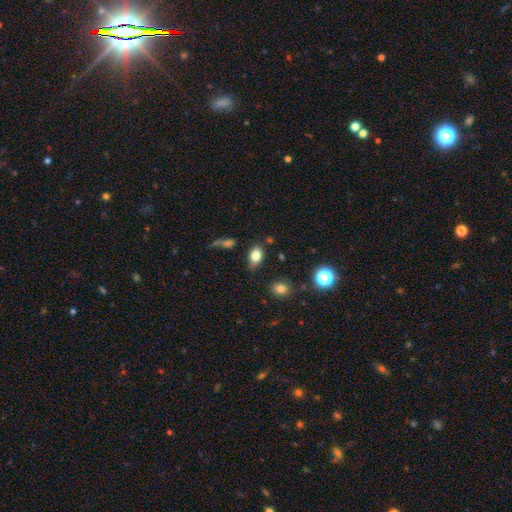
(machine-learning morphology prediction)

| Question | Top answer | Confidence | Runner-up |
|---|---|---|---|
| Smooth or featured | smooth | 80% | star or artifact (10%) |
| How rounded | in between | 85% | round (13%) |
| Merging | none | 72% | minor disturbance (19%) |